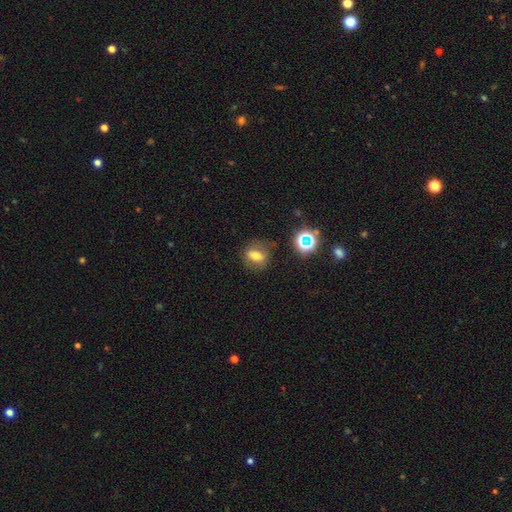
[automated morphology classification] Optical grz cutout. It shows a smooth galaxy with no disk features (58%) that is in between round and cigar-shaped (55%). Merging: none (76%).